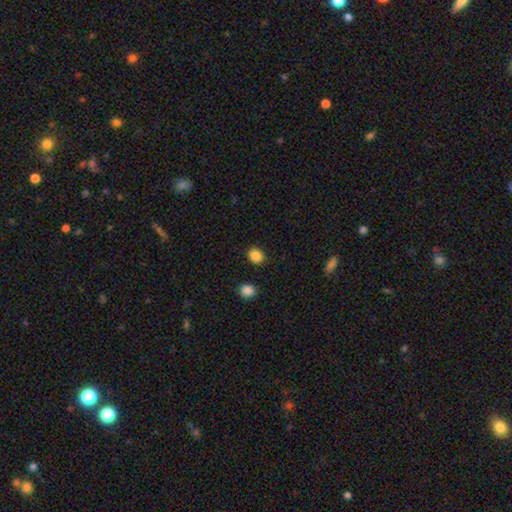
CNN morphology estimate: A smooth galaxy with no disk features (87%) that is round (66%). Merging: none (89%).